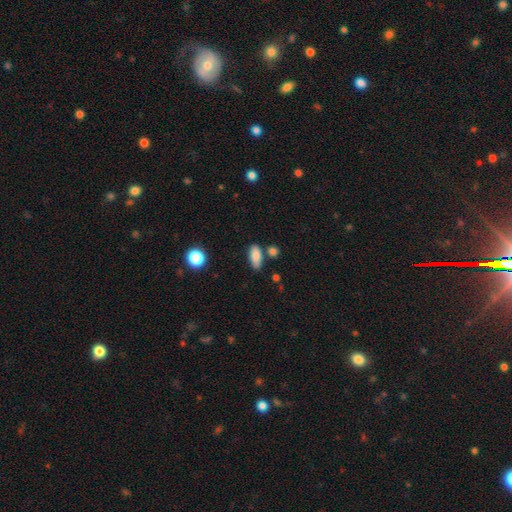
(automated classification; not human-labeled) This appears to be a smooth galaxy with no disk features (84%) that is in between round and cigar-shaped (82%). Merging: none (71%).